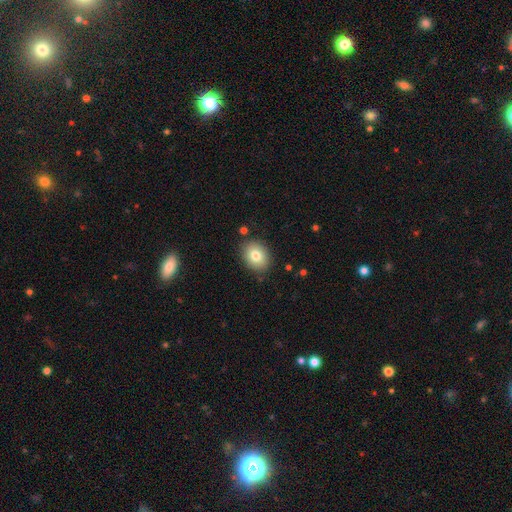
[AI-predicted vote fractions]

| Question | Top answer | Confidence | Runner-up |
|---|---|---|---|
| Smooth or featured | smooth | 79% | featured or disk (12%) |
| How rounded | in between | 55% | round (44%) |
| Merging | none | 85% | minor disturbance (11%) |